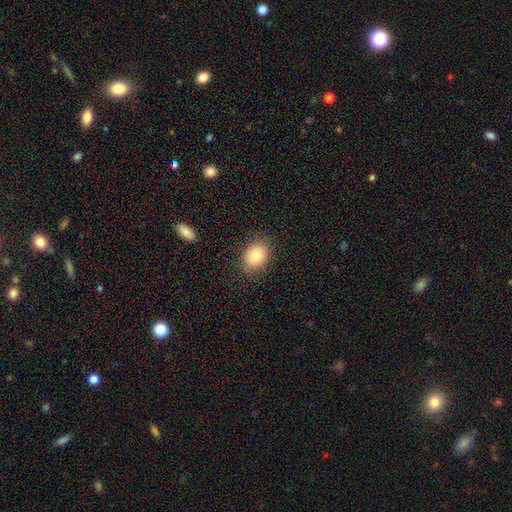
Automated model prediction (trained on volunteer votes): Morphology: type=smooth (82%); roundness=in between (51%); merging=none (85%).